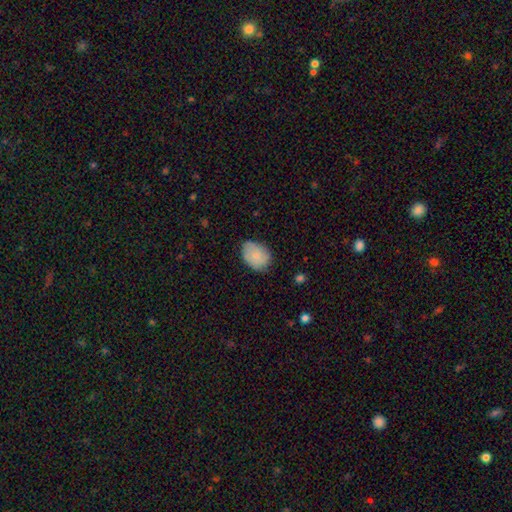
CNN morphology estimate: smooth 82%, featured or disk 12%, star or artifact 7%. Down the decision tree: how rounded — in between (73%); merging — none (68%).